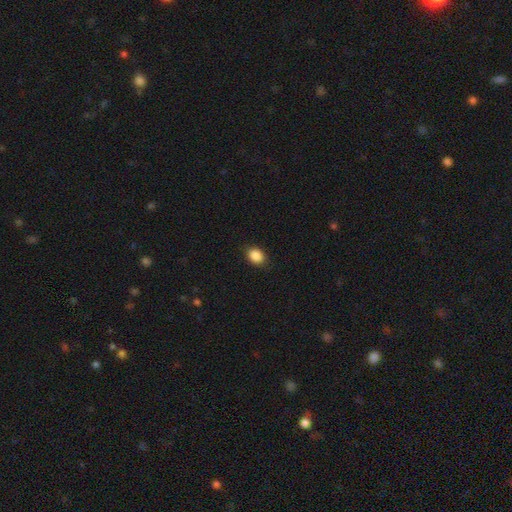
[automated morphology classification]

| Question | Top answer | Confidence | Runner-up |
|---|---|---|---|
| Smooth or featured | smooth | 88% | star or artifact (8%) |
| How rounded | in between | 63% | round (35%) |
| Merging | none | 87% | minor disturbance (10%) |